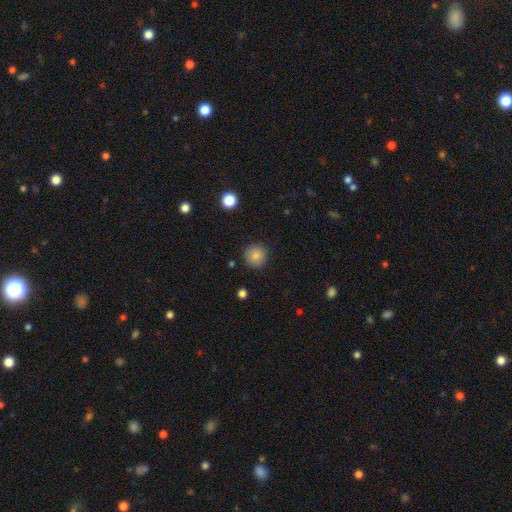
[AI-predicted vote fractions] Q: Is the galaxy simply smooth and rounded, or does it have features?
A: smooth — 84%.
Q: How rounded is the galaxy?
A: round — 95%.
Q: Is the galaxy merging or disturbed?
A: none — 90%.